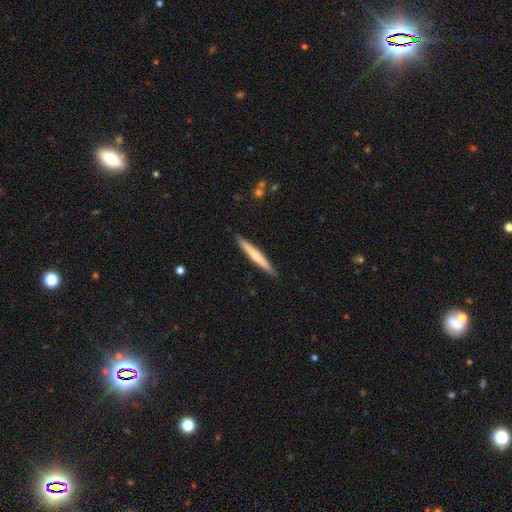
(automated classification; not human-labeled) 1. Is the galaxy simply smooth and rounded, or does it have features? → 56% smooth, 39% featured or disk, 5% star or artifact.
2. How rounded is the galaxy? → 96% cigar-shaped, 3% in between, 1% round.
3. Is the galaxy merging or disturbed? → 91% none, 7% minor disturbance, 1% major disturbance, 1% merger.